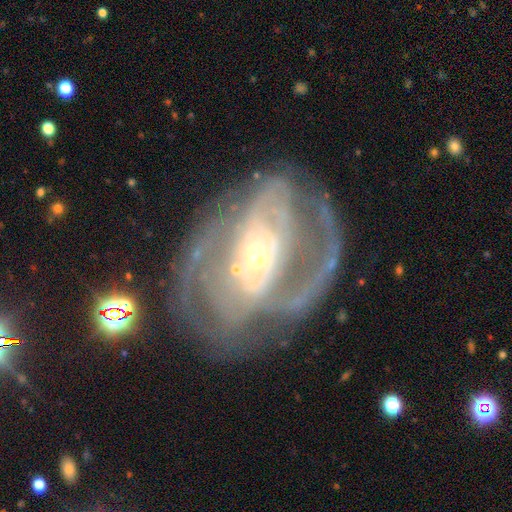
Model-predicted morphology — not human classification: This is clearly a featured or disk galaxy (83%). It is clearly not viewed edge-on (96%). Bar: possibly no (47%). Spiral arm pattern: clearly yes (84%). Spiral arm count: marginally can't tell (38%). Spiral winding: possibly tight (46%). Central bulge: possibly small (59%). Merging: possibly none (52%).